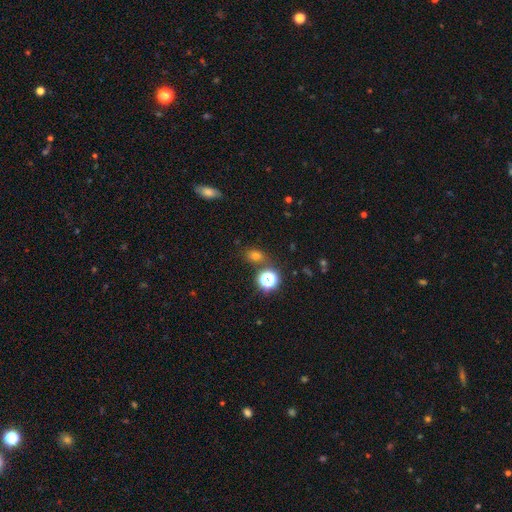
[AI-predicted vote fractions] Smooth or featured? Predicted: smooth (p=0.63). How rounded? Predicted: round (p=0.53). Merging? Predicted: none (p=0.78).